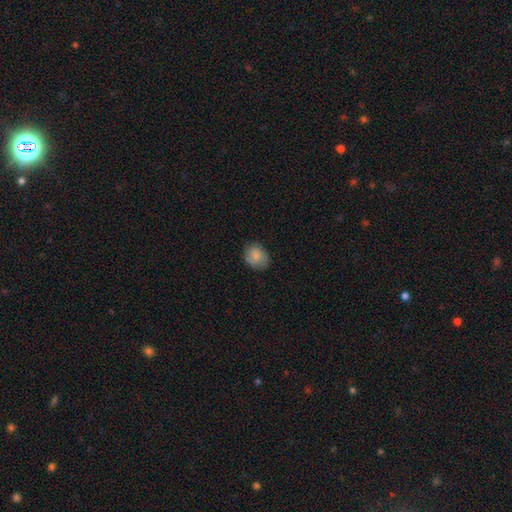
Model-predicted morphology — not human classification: Smooth or featured? Predicted: smooth (p=0.84). How rounded? Predicted: round (p=0.59). Merging? Predicted: none (p=0.74).